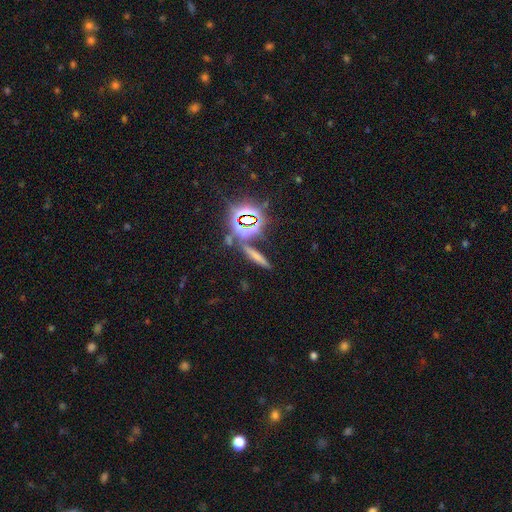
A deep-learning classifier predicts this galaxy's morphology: Smooth or featured? Predicted: smooth (p=0.53). How rounded? Predicted: cigar-shaped (p=0.84). Merging? Predicted: none (p=0.76).